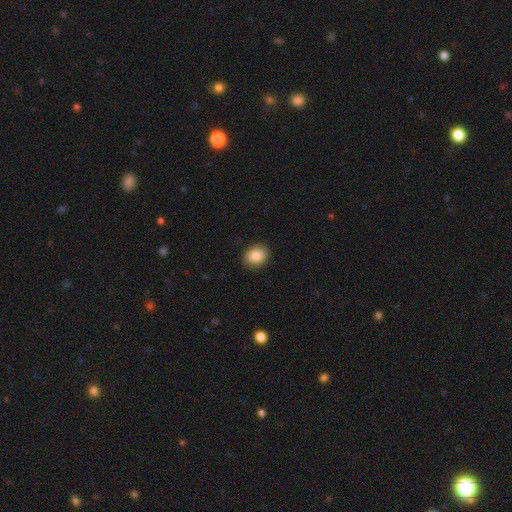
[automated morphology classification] A smooth galaxy with no disk features (87%) that is round (52%). Merging: none (90%).